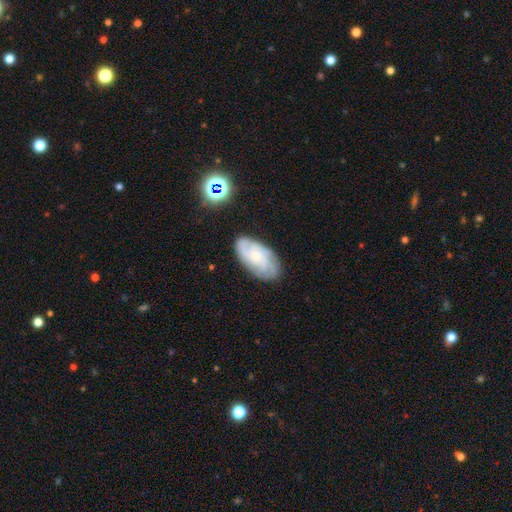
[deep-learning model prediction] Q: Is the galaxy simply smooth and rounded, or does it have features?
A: featured or disk — 69%.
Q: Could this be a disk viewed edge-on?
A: no — 95%.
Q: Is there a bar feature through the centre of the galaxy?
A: no — 74%.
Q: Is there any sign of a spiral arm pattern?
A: yes — 93%.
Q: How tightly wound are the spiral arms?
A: tight — 52%.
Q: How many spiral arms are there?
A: can't tell — 35%.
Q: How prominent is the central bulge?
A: small — 67%.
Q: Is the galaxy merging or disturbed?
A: none — 77%.